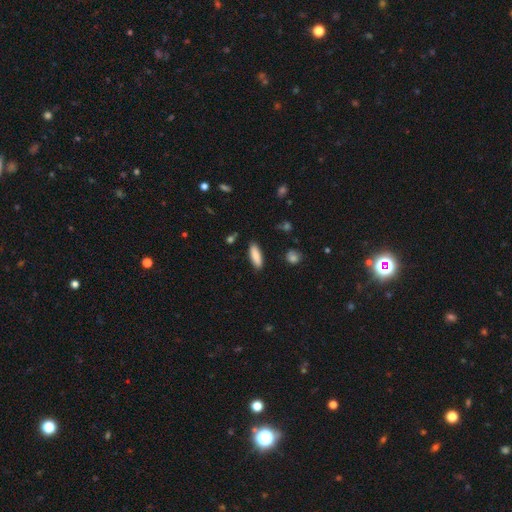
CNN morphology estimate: Overall: smooth (86%). How rounded: in between (51%; cigar-shaped 47%). Merging: none (88%).